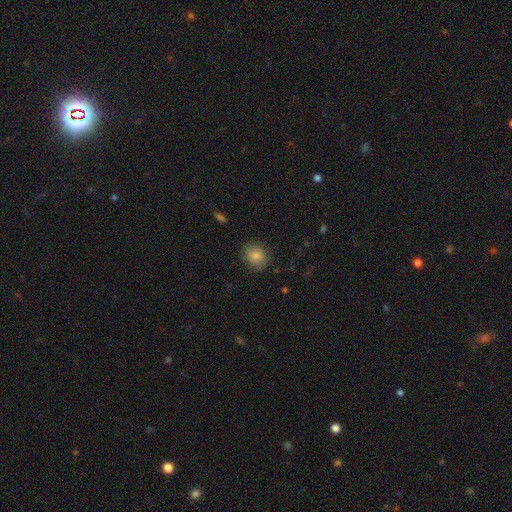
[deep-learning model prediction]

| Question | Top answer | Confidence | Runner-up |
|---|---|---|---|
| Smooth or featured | smooth | 83% | featured or disk (9%) |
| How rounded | round | 58% | in between (41%) |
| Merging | none | 79% | minor disturbance (16%) |